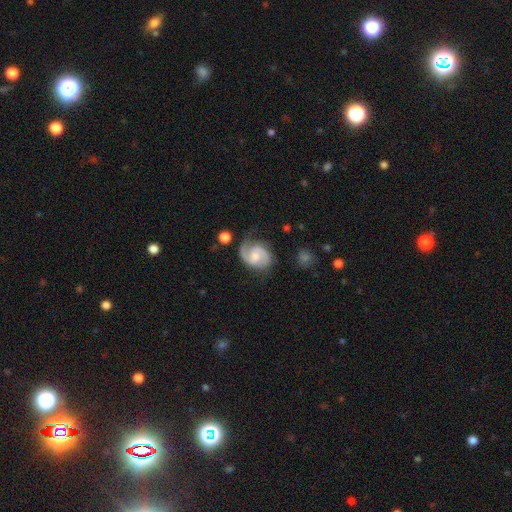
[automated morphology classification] The model was most divided on "bulge size": moderate: 50%, small: 36%, none: 8%, large: 6%, dominant: 1%. More confident: edge-on disk — no (98%); spiral arms — yes (97%); spiral arm count — 2 (82%); smooth or featured — featured or disk (82%); merging — none (66%); bar — no (55%); spiral winding — medium (50%).